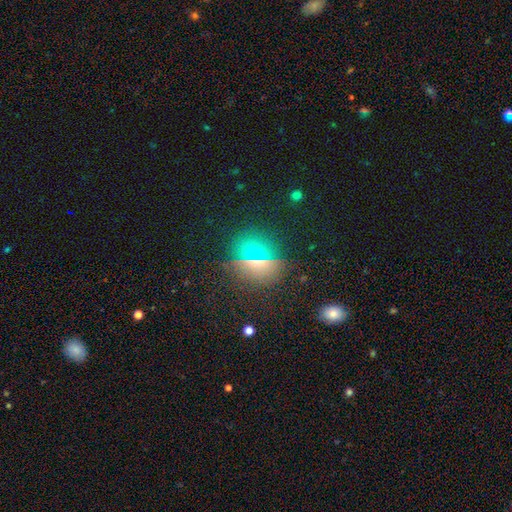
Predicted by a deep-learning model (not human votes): smooth 61%, star or artifact 28%, featured or disk 11%. Down the decision tree: how rounded — round (74%); merging — none (84%).